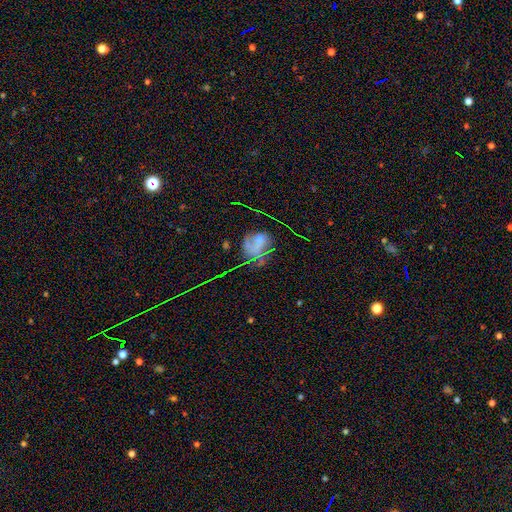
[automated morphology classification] This is marginally a featured or disk galaxy (39%). Merging: marginally none (37%).